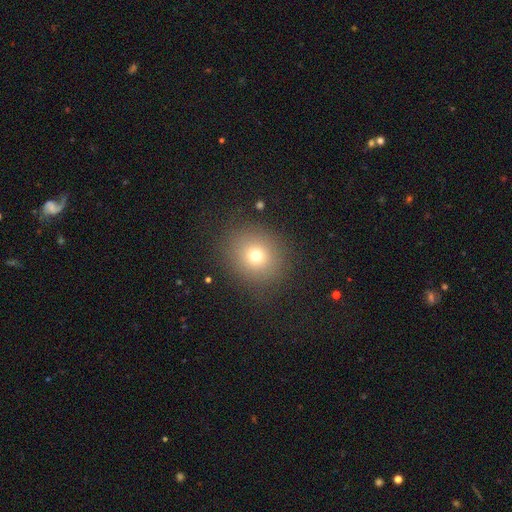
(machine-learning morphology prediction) Smooth or featured? Predicted: smooth (p=0.71). How rounded? Predicted: round (p=0.80). Merging? Predicted: none (p=0.85).